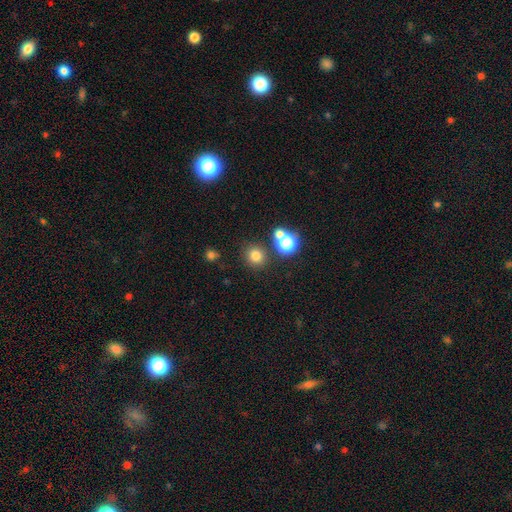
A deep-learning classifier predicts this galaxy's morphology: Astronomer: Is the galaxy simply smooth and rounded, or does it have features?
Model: smooth — 76%.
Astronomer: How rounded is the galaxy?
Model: round — 88%.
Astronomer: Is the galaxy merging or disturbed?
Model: none — 81%.